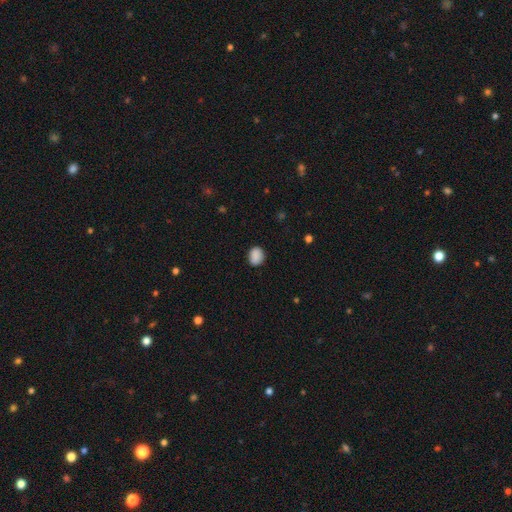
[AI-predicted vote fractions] Smooth or featured? smooth (88%)
How rounded? in between (52%)
Merging? none (82%)